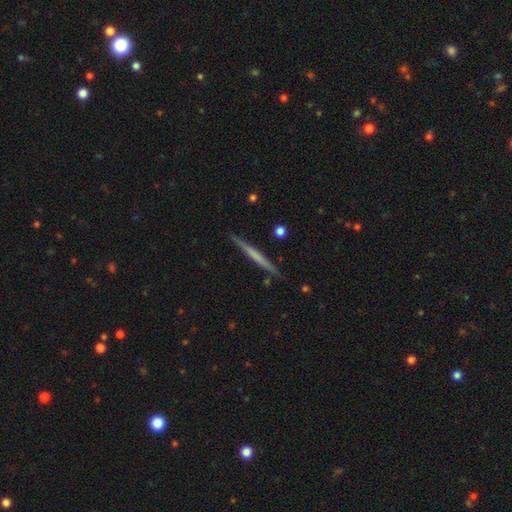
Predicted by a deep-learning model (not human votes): A featured or disk galaxy (50%).

Vote fractions:
- Smooth or featured? featured or disk: 50% / smooth: 45% / star or artifact: 5%
- Merging? none: 89% / minor disturbance: 8% / merger: 2% / major disturbance: 1%